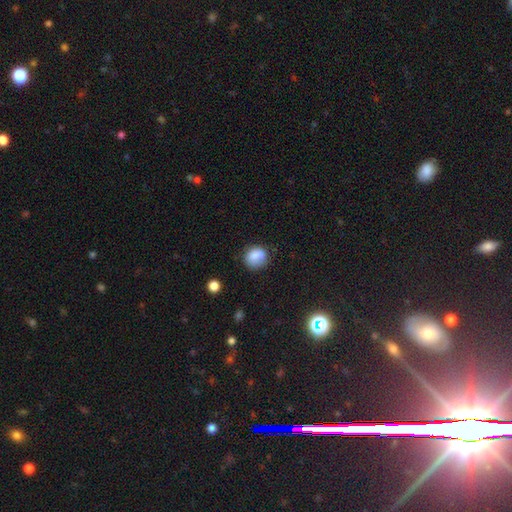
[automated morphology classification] This appears to be a smooth galaxy with no disk features (83%) that is round (77%). Merging: none (69%).